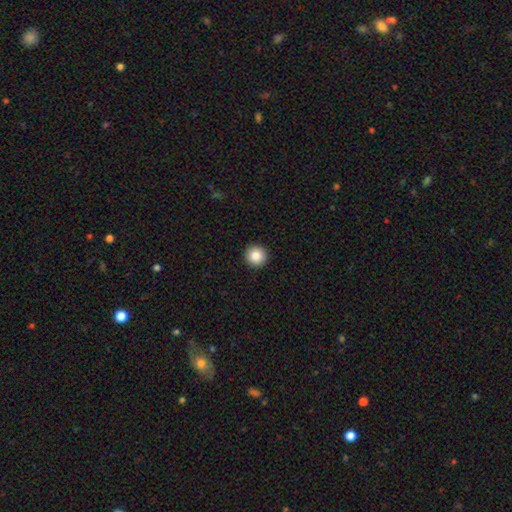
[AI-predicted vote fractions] Smooth or featured? smooth (86%)
How rounded? round (96%)
Merging? none (94%)